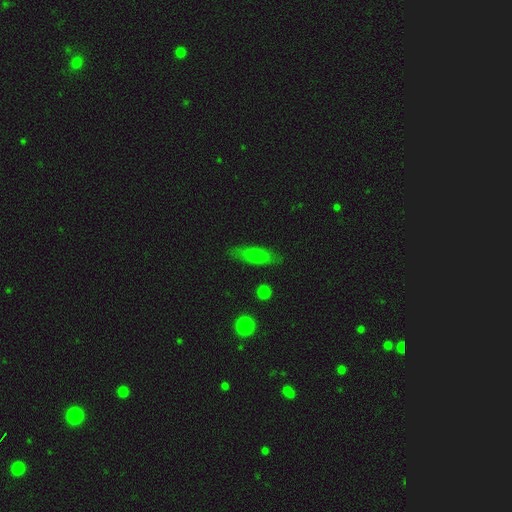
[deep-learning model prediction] smooth_or_featured: smooth (p=0.69) [alt: featured or disk p=0.23]
how_rounded: in between (p=0.50) [alt: cigar-shaped p=0.46]
merging: none (p=0.81) [alt: minor disturbance p=0.14]